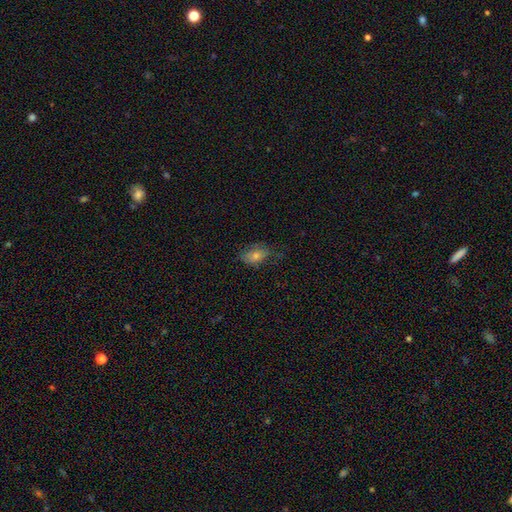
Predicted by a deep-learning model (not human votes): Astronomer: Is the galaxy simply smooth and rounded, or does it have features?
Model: smooth — 58%.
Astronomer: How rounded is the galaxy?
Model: in between — 83%.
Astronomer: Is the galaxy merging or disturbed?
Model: none — 66%.